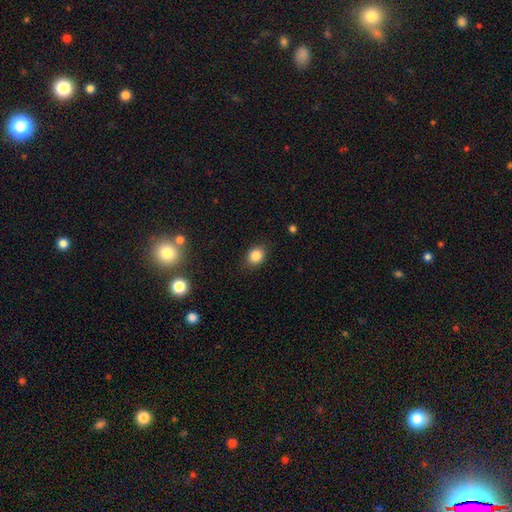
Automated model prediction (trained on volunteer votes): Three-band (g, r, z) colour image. It shows a smooth galaxy with no disk features (84%) that is round (62%). Merging: none (83%).